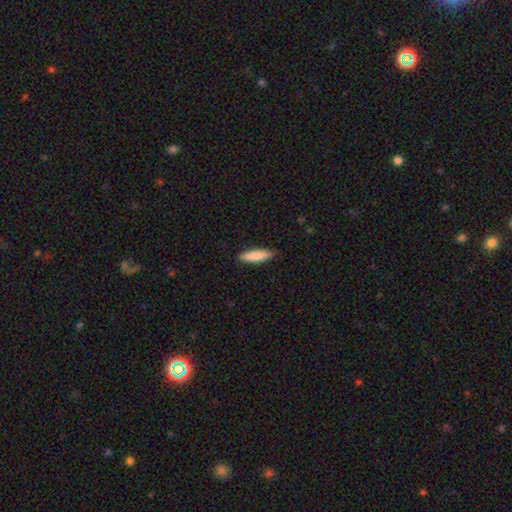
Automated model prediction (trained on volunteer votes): Smooth or featured? Predicted: smooth (p=0.83). How rounded? Predicted: cigar-shaped (p=0.72). Merging? Predicted: none (p=0.88).